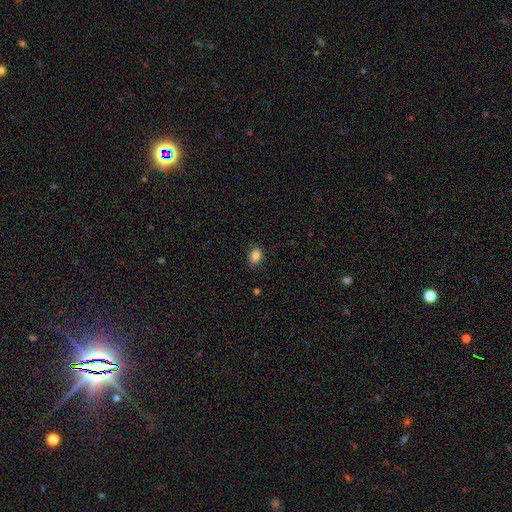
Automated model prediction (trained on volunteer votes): smooth-or-featured: smooth: 86% | star or artifact: 10% | featured or disk: 4%
  how-rounded: in between: 72% | round: 27% | cigar-shaped: 1%
  merging: none: 86% | minor disturbance: 11% | major disturbance: 3% | merger: 1%